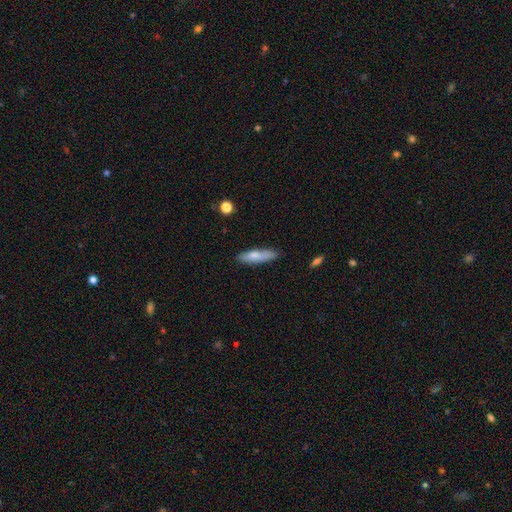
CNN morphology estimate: A smooth galaxy with no disk features (74%) that is cigar-shaped (75%). Merging: none (81%).